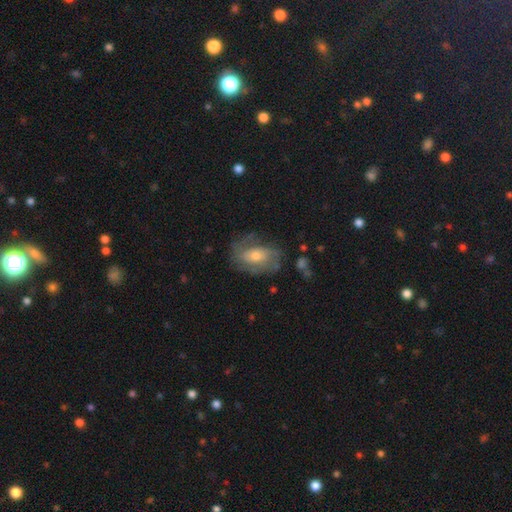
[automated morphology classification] smooth_or_featured: featured or disk (p=0.65) [alt: smooth p=0.27]
disk_edge_on: no (p=0.95) [alt: yes p=0.05]
bar: no (p=0.64) [alt: weak p=0.28]
has_spiral_arms: yes (p=0.79) [alt: no p=0.21]
bulge_size: moderate (p=0.54) [alt: small p=0.38]
merging: none (p=0.61) [alt: minor disturbance p=0.23]